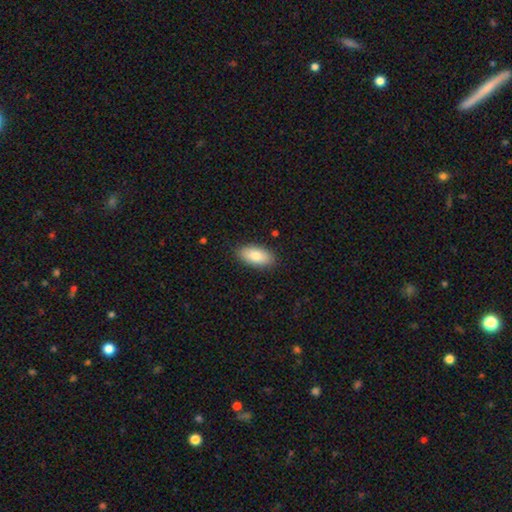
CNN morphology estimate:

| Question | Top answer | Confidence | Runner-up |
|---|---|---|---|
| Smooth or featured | smooth | 83% | featured or disk (11%) |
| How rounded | in between | 92% | cigar-shaped (5%) |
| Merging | none | 88% | minor disturbance (9%) |